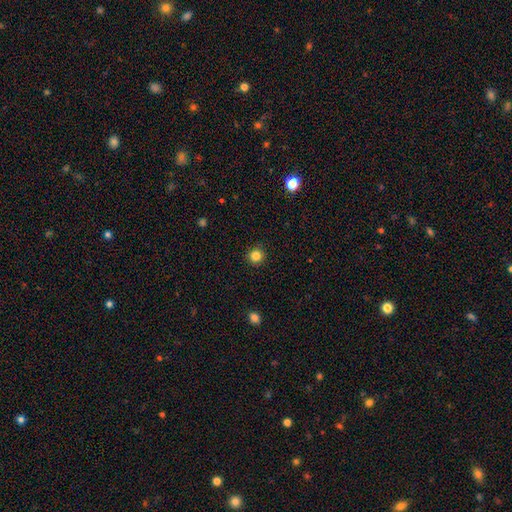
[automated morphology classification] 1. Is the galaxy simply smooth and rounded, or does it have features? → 84% smooth, 12% star or artifact, 4% featured or disk.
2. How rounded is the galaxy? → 95% round, 4% in between, 1% cigar-shaped.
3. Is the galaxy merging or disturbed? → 92% none, 5% minor disturbance, 2% major disturbance, 1% merger.